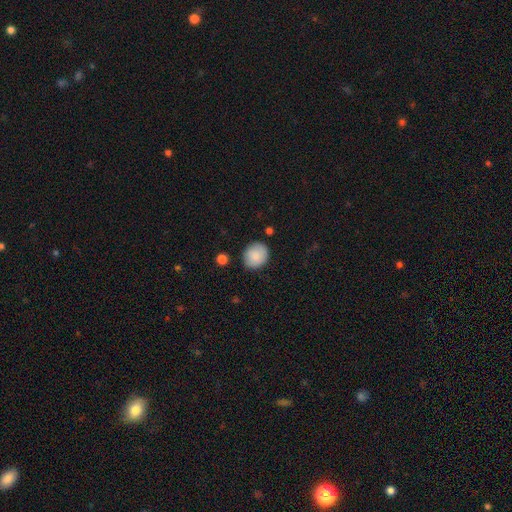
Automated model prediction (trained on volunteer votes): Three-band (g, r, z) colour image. It shows a smooth galaxy with no disk features (86%) that is round (75%). Merging: none (81%).